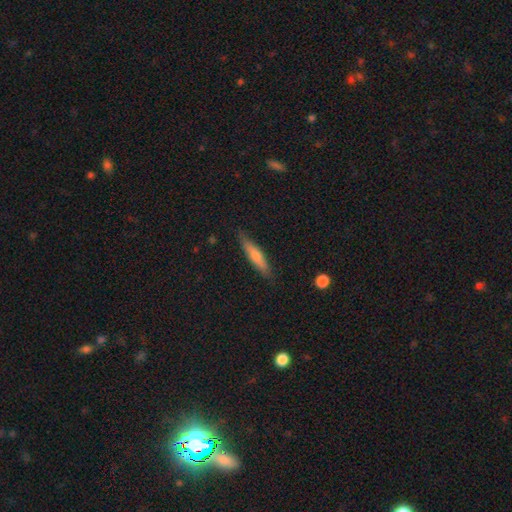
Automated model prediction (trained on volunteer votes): smooth 60%, featured or disk 34%, star or artifact 7%. Down the decision tree: how rounded — cigar-shaped (88%); merging — none (86%).